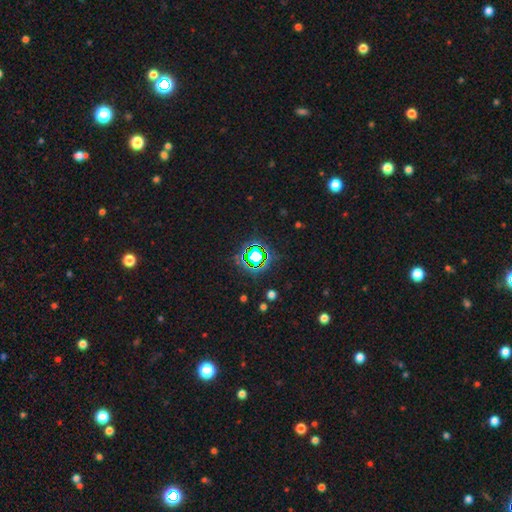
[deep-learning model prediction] This is likely a star or artifact rather than a galaxy (72%).